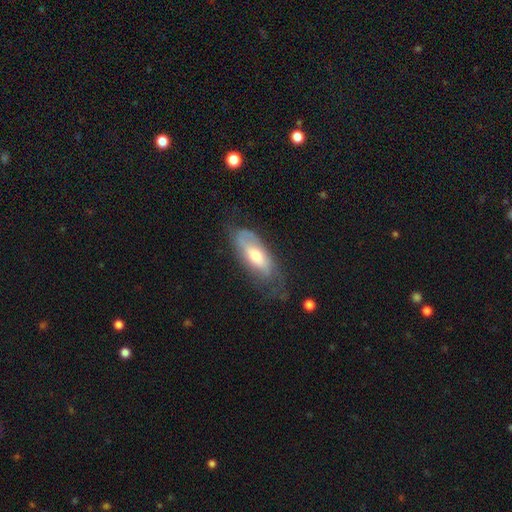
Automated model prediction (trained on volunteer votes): Q: Smooth or featured?
A: featured or disk (57%); runner-up: smooth (35%)
Q: Edge-on disk?
A: no (80%); runner-up: yes (20%)
Q: Merging?
A: none (60%); runner-up: minor disturbance (26%)